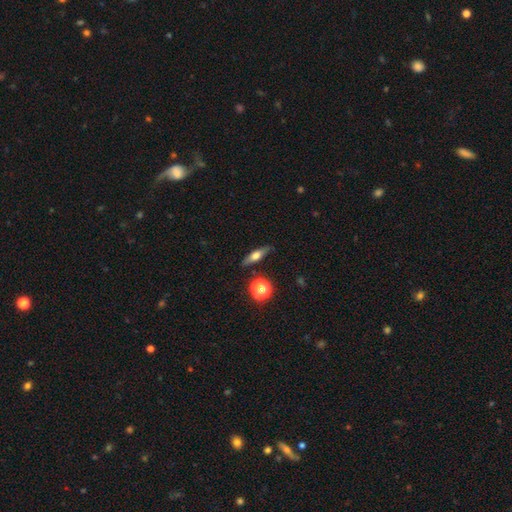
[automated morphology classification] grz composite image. It shows a smooth galaxy with no disk features (47%). Merging: none (84%).